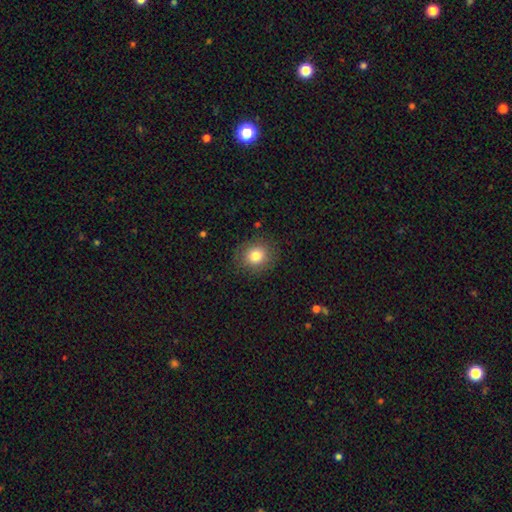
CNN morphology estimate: This is clearly a smooth galaxy (81%). How rounded: likely round (79%). Merging: clearly none (87%).